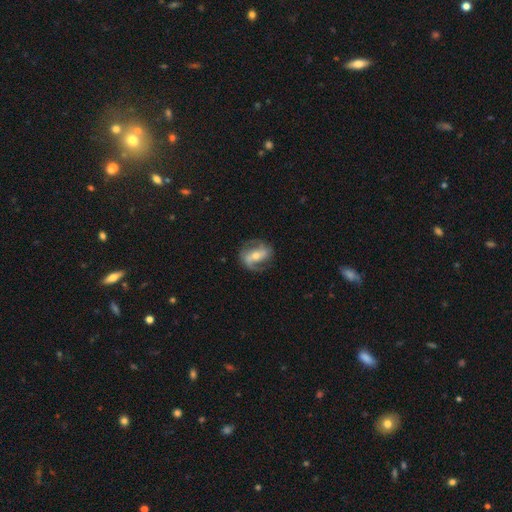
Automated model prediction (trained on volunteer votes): Overall: featured or disk (77%). Edge-on disk: no (95%). Bar: strong (44%; weak 32%). Spiral arms: yes (89%). Spiral arm count: 2 (82%). Spiral winding: medium (43%; loose 34%). Bulge size: moderate (55%; small 39%). Merging: none (73%).